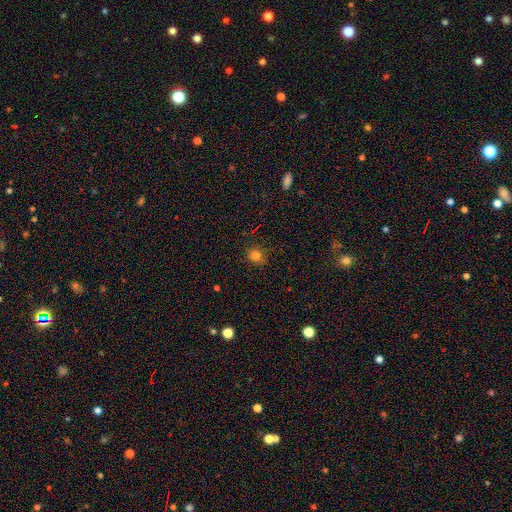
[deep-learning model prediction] smooth_or_featured: smooth (p=0.80) [alt: star or artifact p=0.15]
how_rounded: round (p=0.78) [alt: in between p=0.21]
merging: none (p=0.86) [alt: minor disturbance p=0.10]